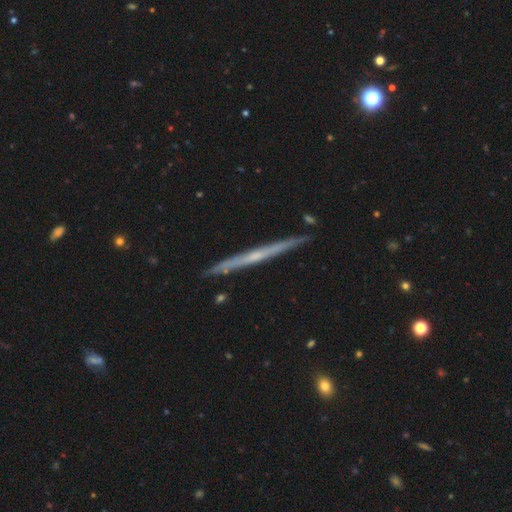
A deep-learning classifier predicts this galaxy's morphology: Q: Smooth or featured?
A: featured or disk (72%); runner-up: smooth (22%)
Q: Edge-on disk?
A: yes (98%); runner-up: no (2%)
Q: Edge-on bulge?
A: none (65%); runner-up: rounded (30%)
Q: Merging?
A: none (90%); runner-up: minor disturbance (7%)